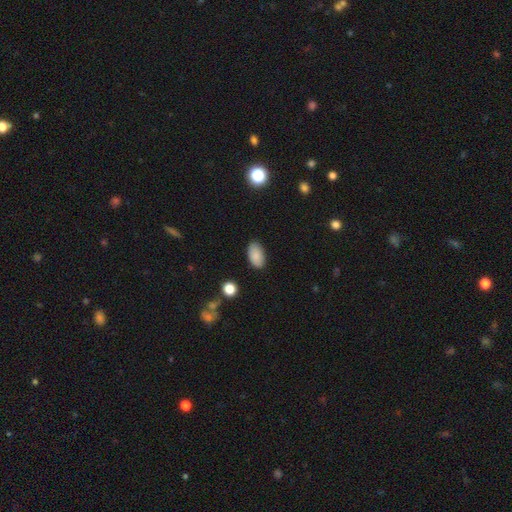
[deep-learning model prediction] A smooth galaxy with no disk features (87%) that is in between round and cigar-shaped (94%).

Vote fractions:
- Smooth or featured? smooth: 87% / star or artifact: 8% / featured or disk: 5%
- How rounded? in between: 94% / round: 4% / cigar-shaped: 2%
- Merging? none: 86% / minor disturbance: 10% / major disturbance: 2% / merger: 1%